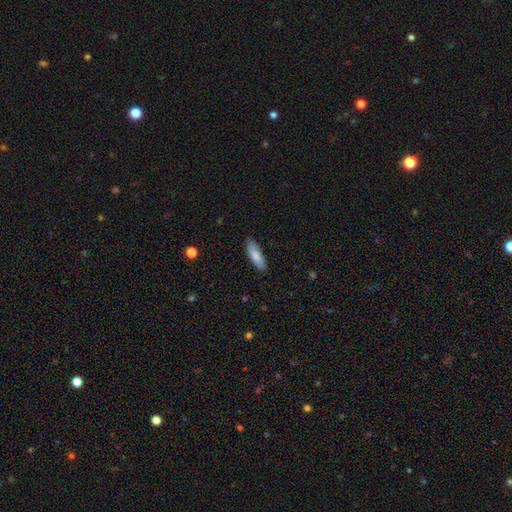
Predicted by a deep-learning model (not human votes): This is clearly a smooth galaxy (80%). How rounded: possibly in between (51%). Merging: clearly none (85%).